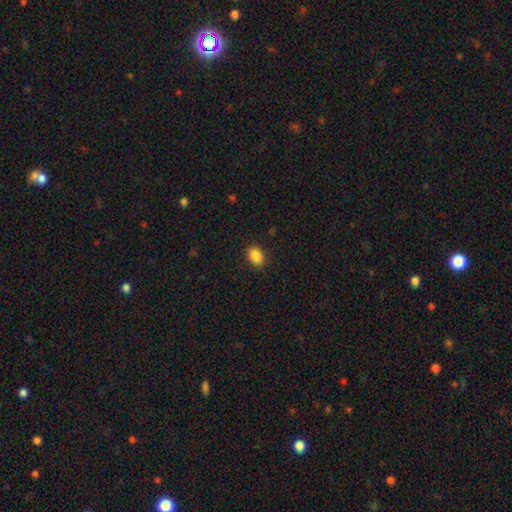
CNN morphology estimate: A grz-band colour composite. It shows a smooth galaxy with no disk features (88%) that is in between round and cigar-shaped (79%). Merging: none (89%).